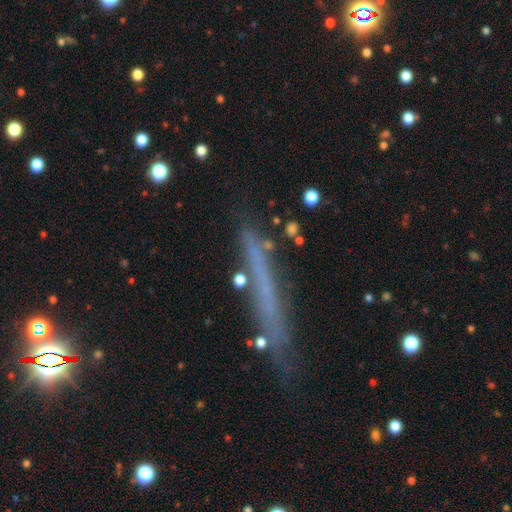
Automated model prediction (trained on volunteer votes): smooth 47%, featured or disk 41%, star or artifact 12%. Down the decision tree: merging — none (75%).